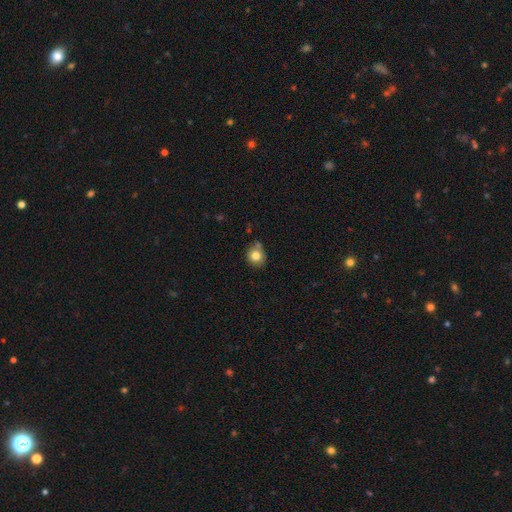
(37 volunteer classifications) Q: Smooth or featured?
A: smooth (86%); runner-up: star or artifact (8%)
Q: How rounded?
A: round (94%); runner-up: in between (6%)
Q: Merging?
A: none (71%); runner-up: minor disturbance (21%)